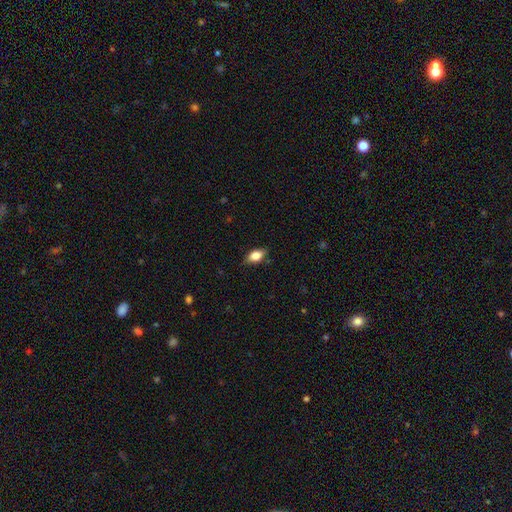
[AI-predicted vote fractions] Smooth or featured: smooth — 79% (featured or disk — 13%)
How rounded: in between — 86% (round — 9%)
Merging: none — 81% (minor disturbance — 15%)